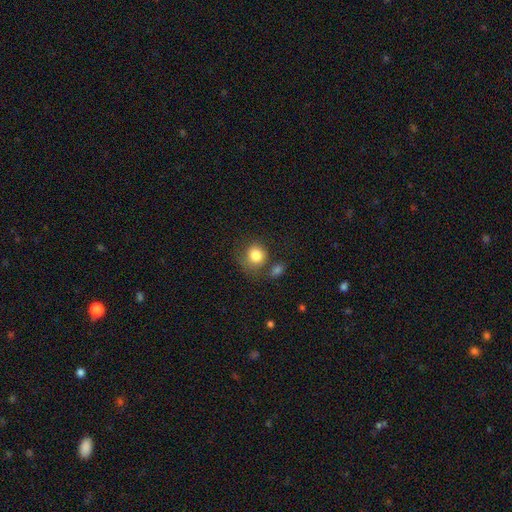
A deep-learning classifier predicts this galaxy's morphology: This appears to be a smooth galaxy with no disk features (82%) that is round (81%). Merging: none (53%).